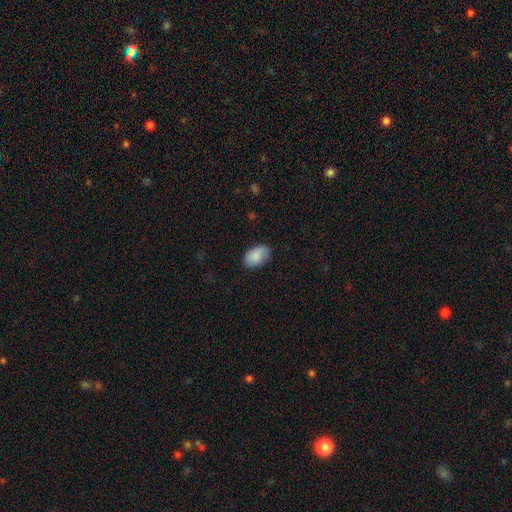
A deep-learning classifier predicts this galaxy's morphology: Overall: smooth (87%). How rounded: in between (92%). Merging: none (82%).